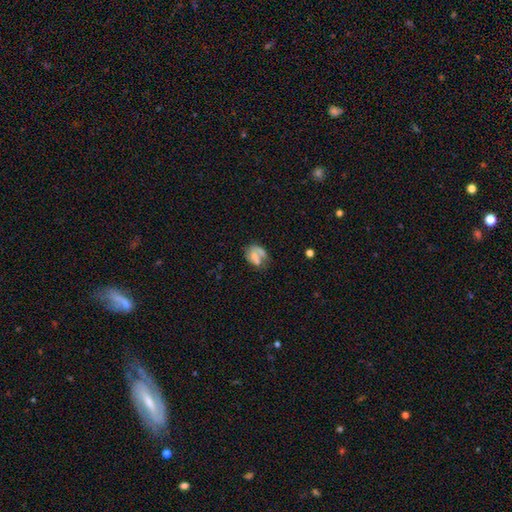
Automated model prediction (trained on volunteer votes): This is possibly a smooth galaxy (49%). Merging: marginally none (36%).